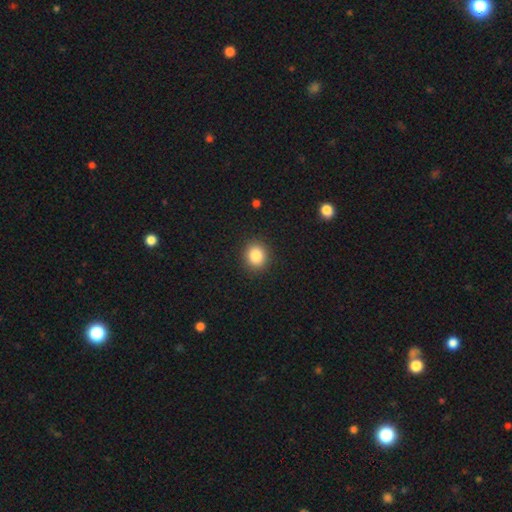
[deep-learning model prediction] smooth-or-featured: smooth: 85% | star or artifact: 10% | featured or disk: 5%
  how-rounded: round: 78% | in between: 21% | cigar-shaped: 1%
  merging: none: 90% | minor disturbance: 6% | major disturbance: 2% | merger: 1%